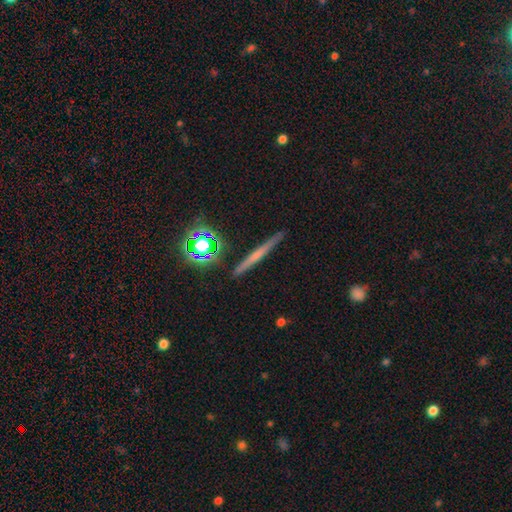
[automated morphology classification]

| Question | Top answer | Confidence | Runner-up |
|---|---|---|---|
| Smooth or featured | featured or disk | 48% | smooth (37%) |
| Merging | none | 90% | minor disturbance (7%) |